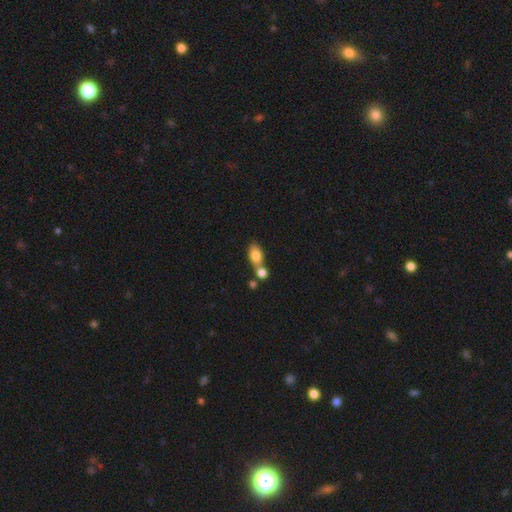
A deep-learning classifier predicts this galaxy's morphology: A smooth galaxy with no disk features (80%) that is in between round and cigar-shaped (79%).

Vote fractions:
- Smooth or featured? smooth: 80% / featured or disk: 12% / star or artifact: 8%
- How rounded? in between: 79% / round: 17% / cigar-shaped: 4%
- Merging? merger: 48% / none: 38% / minor disturbance: 10% / major disturbance: 4%